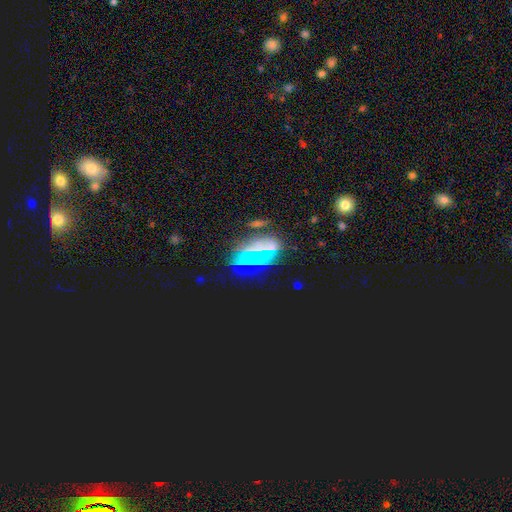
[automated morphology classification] A star or artifact, not a galaxy (58%).

Vote fractions:
- Smooth or featured? star or artifact: 58% / smooth: 23% / featured or disk: 19%